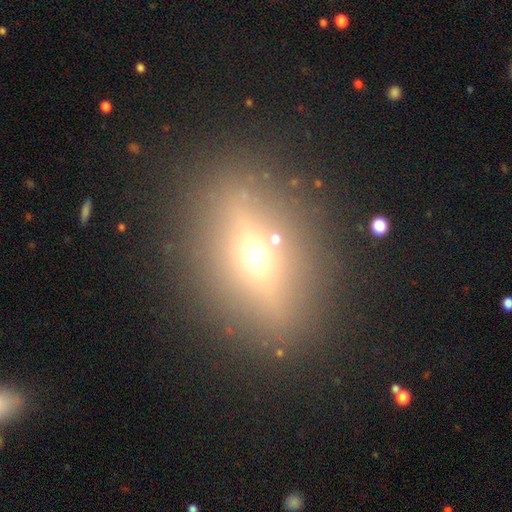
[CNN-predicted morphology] type=featured or disk (50%); edge-on=yes (73%); merging=none (84%).